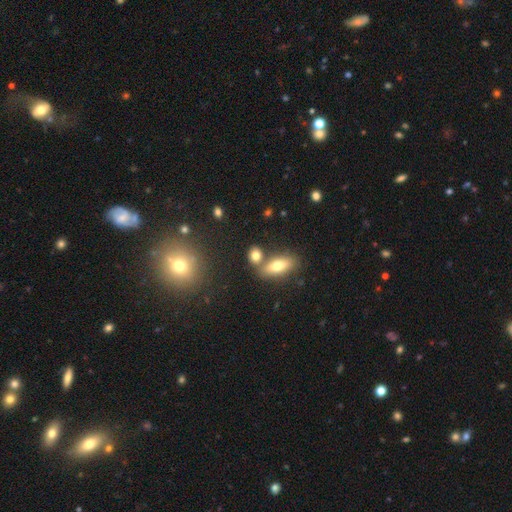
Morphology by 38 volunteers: Smooth or featured: smooth — 87% (featured or disk — 8%)
How rounded: in between — 58% (round — 42%)
Merging: none — 72% (merger — 17%)